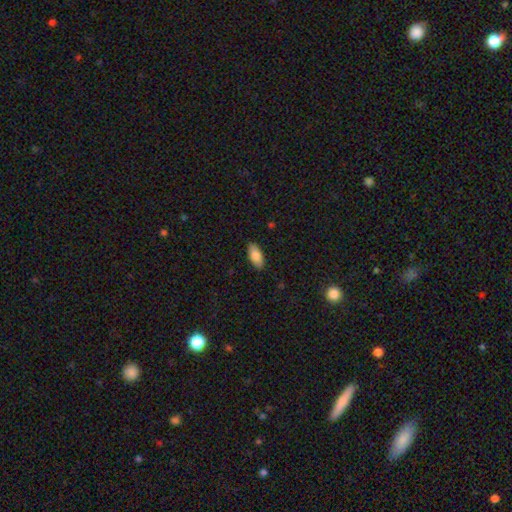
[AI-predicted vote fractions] smooth-or-featured: smooth: 84% | featured or disk: 10% | star or artifact: 6%
  how-rounded: in between: 89% | cigar-shaped: 9% | round: 2%
  merging: none: 88% | minor disturbance: 9% | major disturbance: 2% | merger: 1%